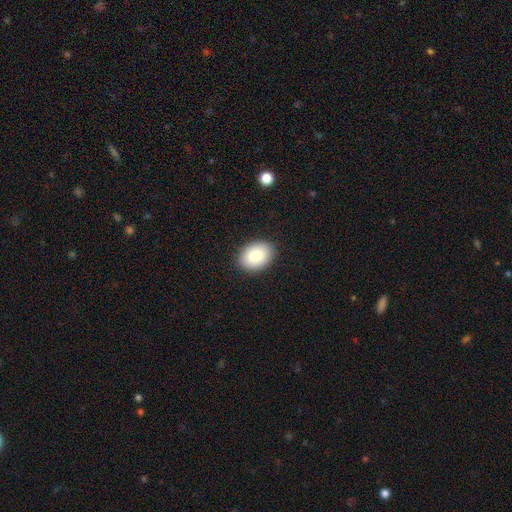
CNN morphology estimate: smooth-or-featured: smooth: 85% | featured or disk: 8% | star or artifact: 7%
  how-rounded: in between: 76% | round: 23% | cigar-shaped: 1%
  merging: none: 89% | minor disturbance: 8% | major disturbance: 2% | merger: 1%